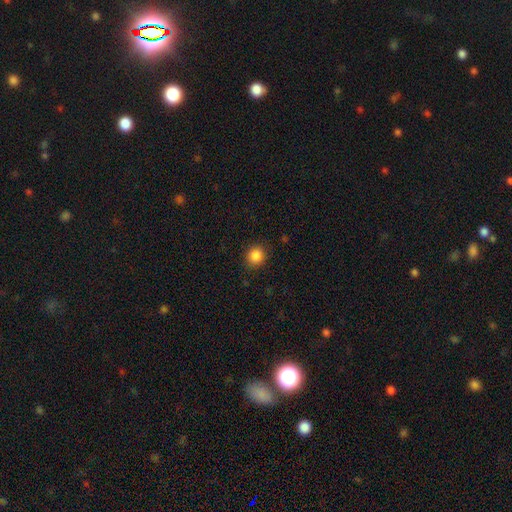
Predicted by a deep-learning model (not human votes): This is clearly a smooth galaxy (86%). How rounded: clearly round (85%). Merging: clearly none (89%).